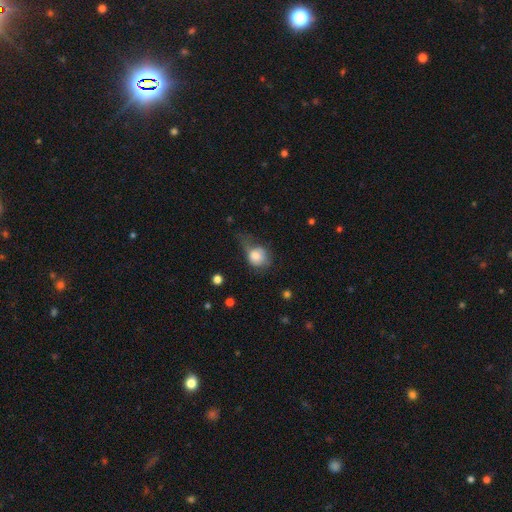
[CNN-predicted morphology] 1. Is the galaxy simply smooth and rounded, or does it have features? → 77% smooth, 15% featured or disk, 9% star or artifact.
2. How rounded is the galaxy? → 69% round, 29% in between, 1% cigar-shaped.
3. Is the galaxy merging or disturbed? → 35% major disturbance, 33% minor disturbance, 27% none, 5% merger.